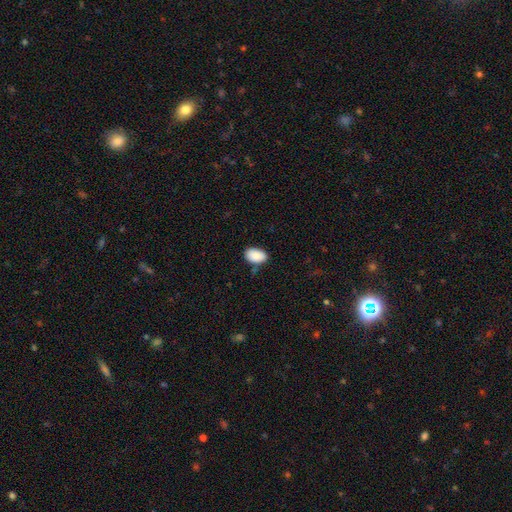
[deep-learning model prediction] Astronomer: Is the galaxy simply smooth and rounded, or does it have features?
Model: smooth — 89%.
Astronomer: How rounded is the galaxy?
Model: in between — 92%.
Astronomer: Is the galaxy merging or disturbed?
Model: none — 75%.